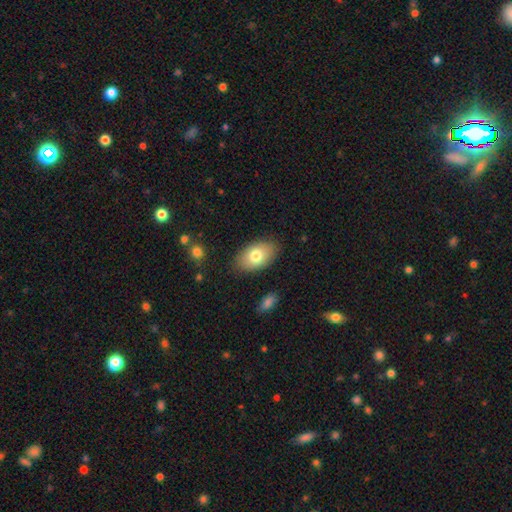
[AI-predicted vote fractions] The model was most divided on "smooth or featured": smooth: 77%, featured or disk: 16%, star or artifact: 7%. More confident: how rounded — in between (91%); merging — none (84%).